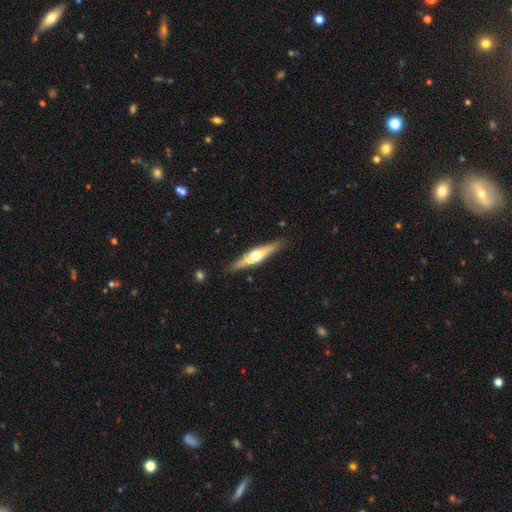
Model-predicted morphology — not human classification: Smooth or featured: featured or disk — 69% (smooth — 26%)
Edge-on disk: yes — 96% (no — 4%)
Edge-on bulge: rounded — 94% (boxy — 3%)
Merging: none — 88% (minor disturbance — 9%)